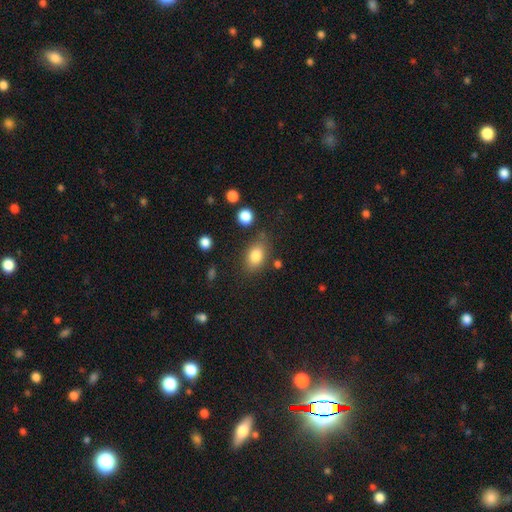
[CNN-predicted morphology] Overall: smooth (83%). How rounded: in between (79%). Merging: none (73%).